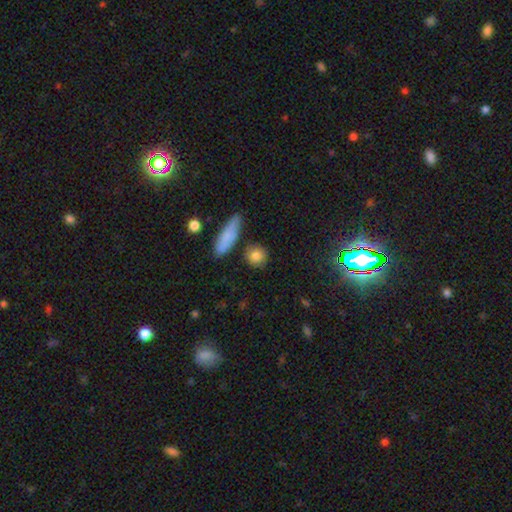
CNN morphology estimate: Smooth or featured? smooth (84%)
How rounded? round (82%)
Merging? none (82%)